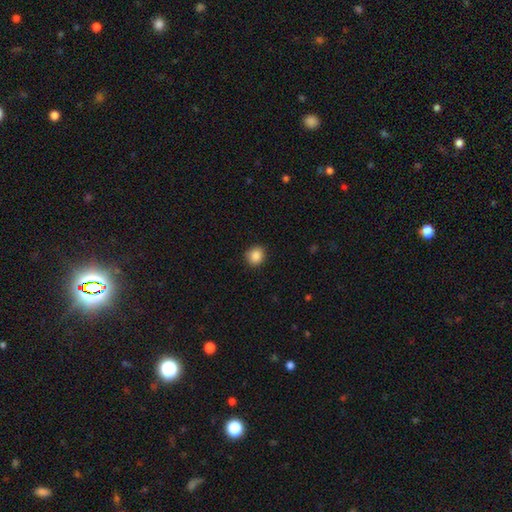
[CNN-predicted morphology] smooth-or-featured: smooth: 87% | star or artifact: 9% | featured or disk: 3%
  how-rounded: round: 84% | in between: 15% | cigar-shaped: 1%
  merging: none: 89% | minor disturbance: 8% | major disturbance: 2% | merger: 1%